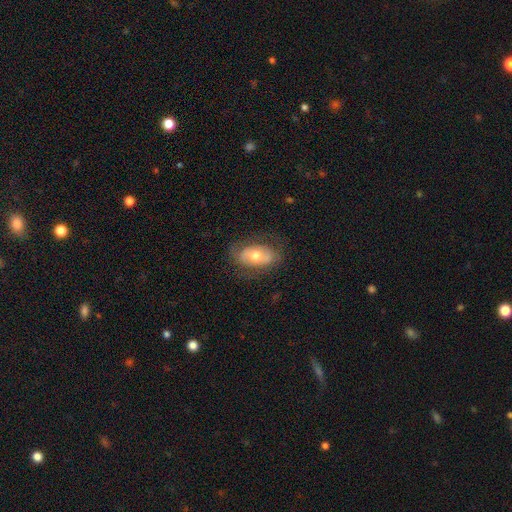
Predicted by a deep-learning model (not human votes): A smooth galaxy with no disk features (48%). Merging: none (72%).